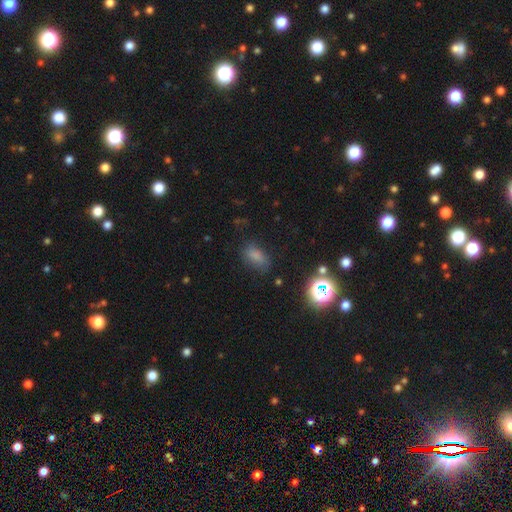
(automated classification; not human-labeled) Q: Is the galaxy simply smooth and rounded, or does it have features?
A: smooth — 74%.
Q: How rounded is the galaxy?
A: in between — 86%.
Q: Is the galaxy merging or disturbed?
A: none — 69%.